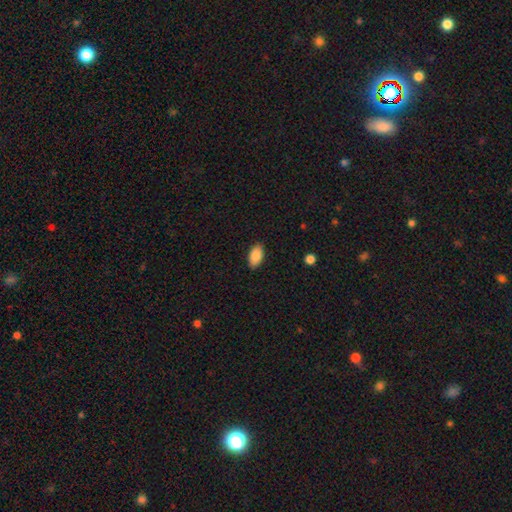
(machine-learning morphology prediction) type=smooth (88%); roundness=in between (94%); merging=none (89%).